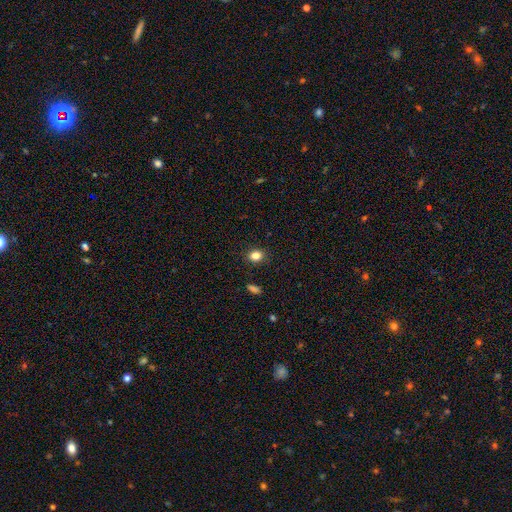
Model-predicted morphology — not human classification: This appears to be a smooth galaxy with no disk features (84%) that is round (51%). Merging: none (88%).